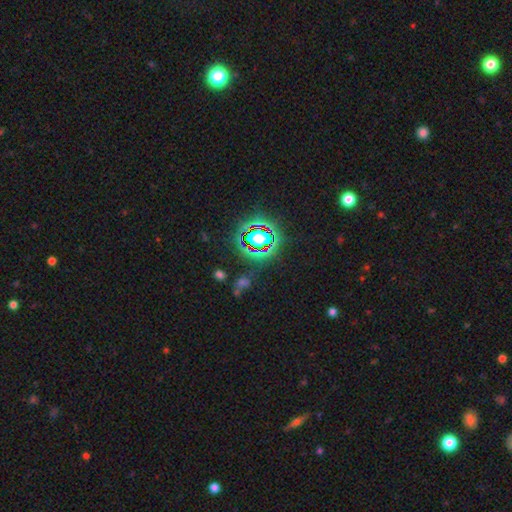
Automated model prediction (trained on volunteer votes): Morphology: type=star or artifact (79%).